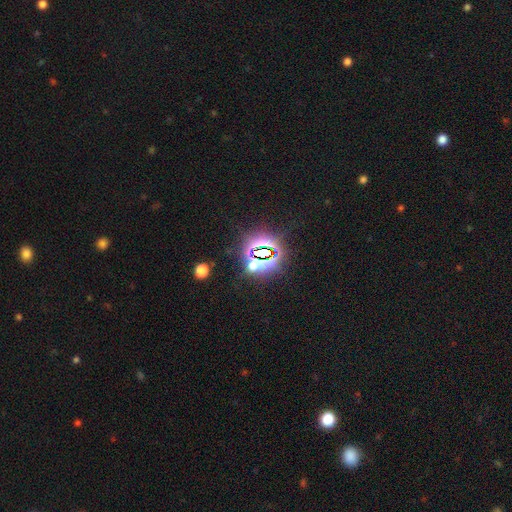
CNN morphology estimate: star or artifact 75%, smooth 17%, featured or disk 8%.